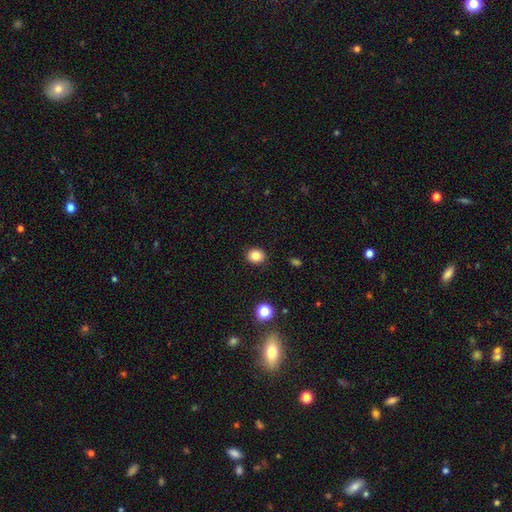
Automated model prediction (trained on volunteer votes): Morphology: type=smooth (83%); roundness=round (69%); merging=none (90%).